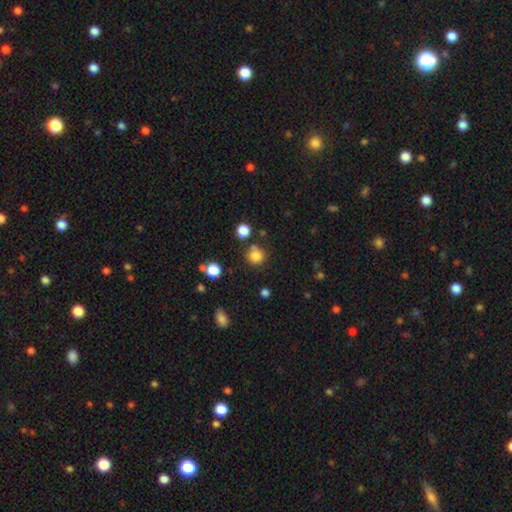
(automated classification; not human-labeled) Smooth or featured? Predicted: smooth (p=0.82). How rounded? Predicted: round (p=0.89). Merging? Predicted: none (p=0.71).